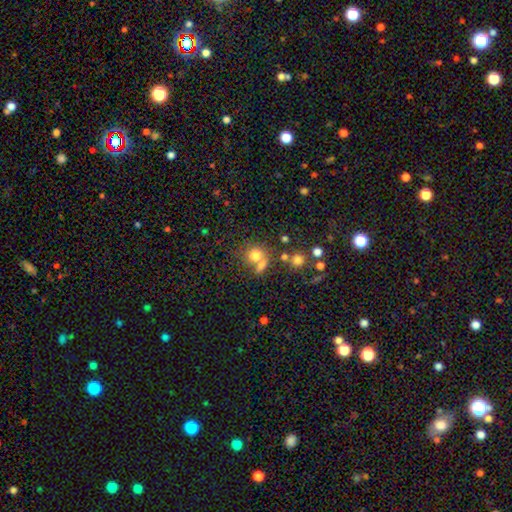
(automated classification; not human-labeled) Smooth or featured? smooth (74%)
How rounded? round (78%)
Merging? none (48%)